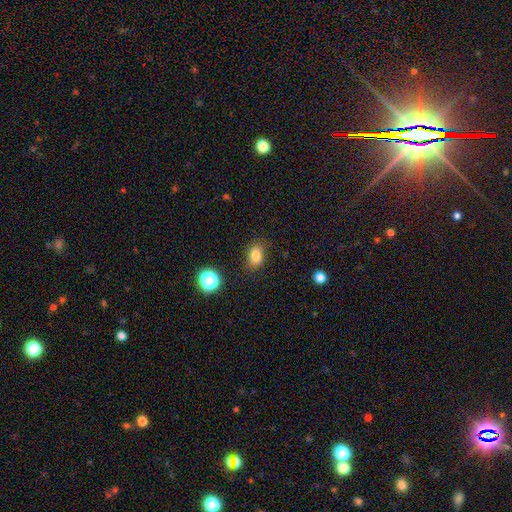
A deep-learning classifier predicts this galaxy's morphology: Smooth or featured? smooth (82%)
How rounded? in between (72%)
Merging? none (83%)